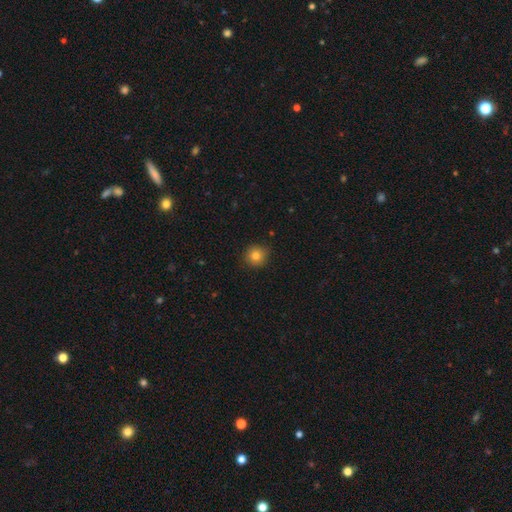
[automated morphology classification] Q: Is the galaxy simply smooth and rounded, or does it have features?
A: smooth — 82%.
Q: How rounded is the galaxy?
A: round — 92%.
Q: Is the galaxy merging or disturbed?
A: none — 88%.